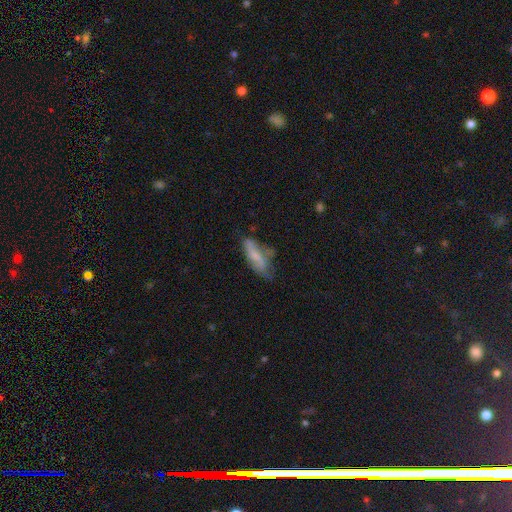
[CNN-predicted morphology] Smooth or featured? smooth (58%)
How rounded? in between (56%)
Merging? none (40%)